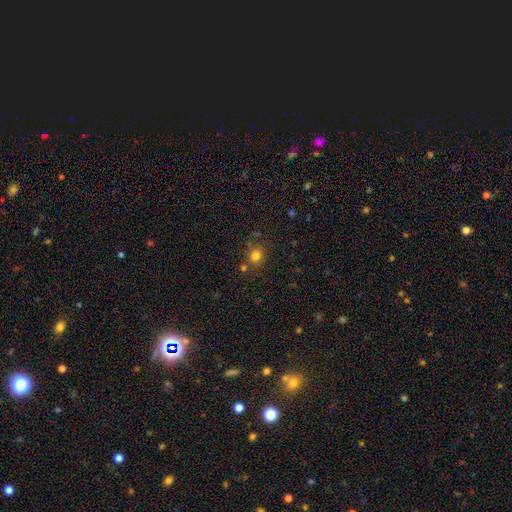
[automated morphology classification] Q: Smooth or featured?
A: smooth (79%); runner-up: star or artifact (15%)
Q: How rounded?
A: round (85%); runner-up: in between (14%)
Q: Merging?
A: none (77%); runner-up: minor disturbance (10%)